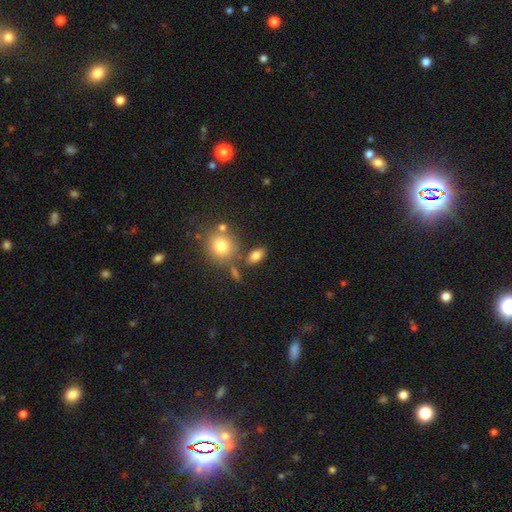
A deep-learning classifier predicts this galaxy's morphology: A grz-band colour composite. It shows a smooth galaxy with no disk features (78%) that is in between round and cigar-shaped (81%). Merging: none (73%).